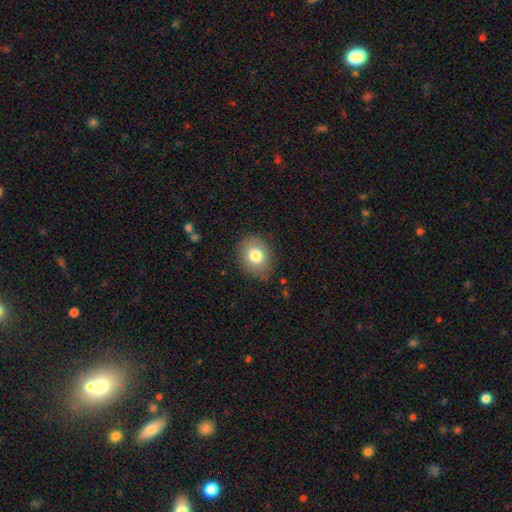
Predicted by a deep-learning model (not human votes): Smooth or featured: smooth — 79% (featured or disk — 11%)
How rounded: round — 55% (in between — 44%)
Merging: none — 85% (minor disturbance — 11%)